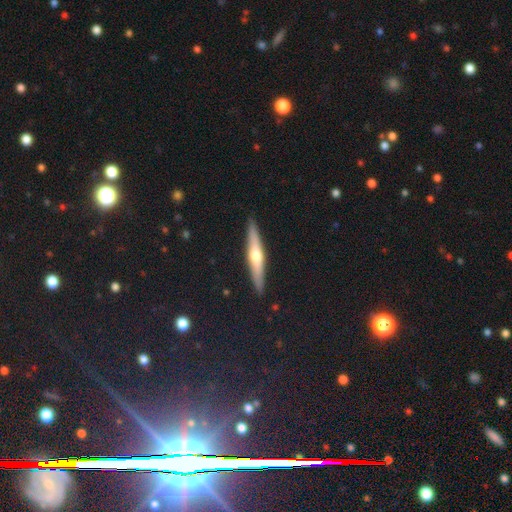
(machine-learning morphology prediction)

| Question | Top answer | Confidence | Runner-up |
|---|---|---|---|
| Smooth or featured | featured or disk | 61% | smooth (33%) |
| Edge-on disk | yes | 95% | no (5%) |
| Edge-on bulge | rounded | 89% | none (7%) |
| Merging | none | 91% | minor disturbance (7%) |